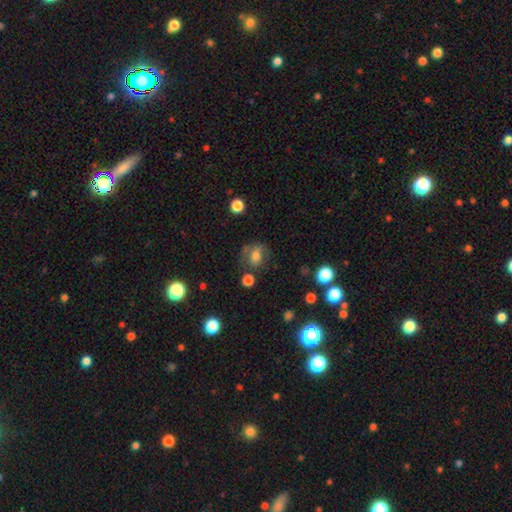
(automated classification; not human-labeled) Overall: smooth (67%). How rounded: round (52%; in between 46%). Merging: none (59%; minor disturbance 21%).